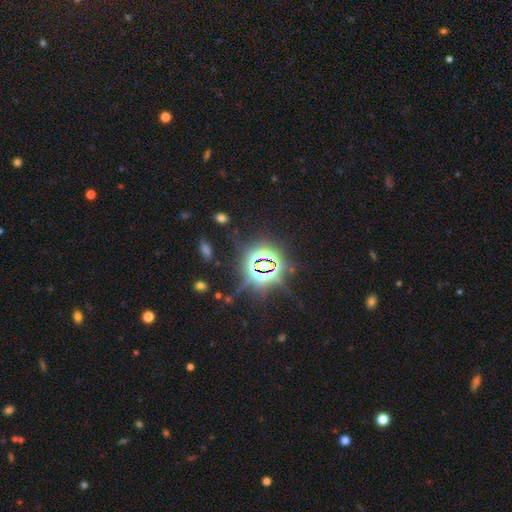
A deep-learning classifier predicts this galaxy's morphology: Q: Smooth or featured?
A: star or artifact (85%); runner-up: smooth (8%)